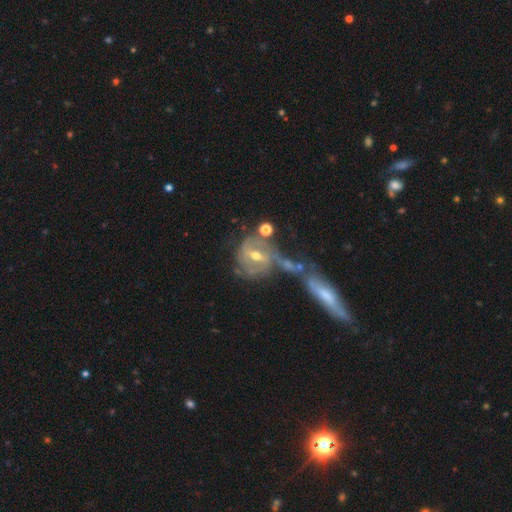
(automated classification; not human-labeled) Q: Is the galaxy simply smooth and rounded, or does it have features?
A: featured or disk — 79%.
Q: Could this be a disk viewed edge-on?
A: no — 94%.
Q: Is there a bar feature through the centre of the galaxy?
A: weak — 47%.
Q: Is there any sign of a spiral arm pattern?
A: yes — 85%.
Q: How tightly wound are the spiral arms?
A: tight — 52%.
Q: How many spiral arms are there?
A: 2 — 45%.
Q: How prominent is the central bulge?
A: moderate — 65%.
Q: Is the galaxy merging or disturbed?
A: none — 41%.